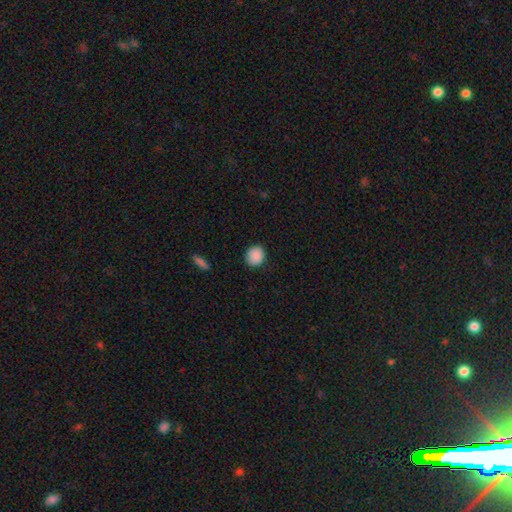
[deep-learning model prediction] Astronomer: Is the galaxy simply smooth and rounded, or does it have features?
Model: smooth — 89%.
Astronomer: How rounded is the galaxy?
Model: round — 78%.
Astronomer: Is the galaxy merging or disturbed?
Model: none — 87%.